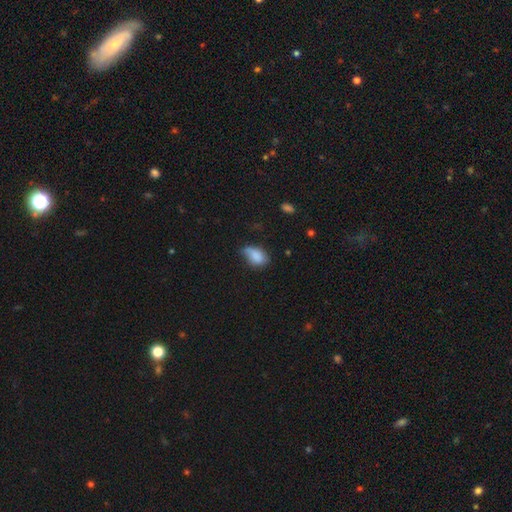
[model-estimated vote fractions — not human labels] Smooth or featured? smooth (82%)
How rounded? in between (87%)
Merging? minor disturbance (43%)